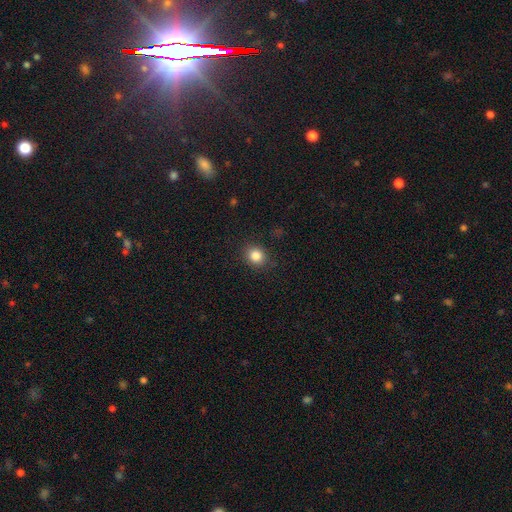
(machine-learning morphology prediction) smooth_or_featured: smooth (p=0.84) [alt: star or artifact p=0.11]
how_rounded: round (p=0.77) [alt: in between p=0.22]
merging: none (p=0.89) [alt: minor disturbance p=0.08]